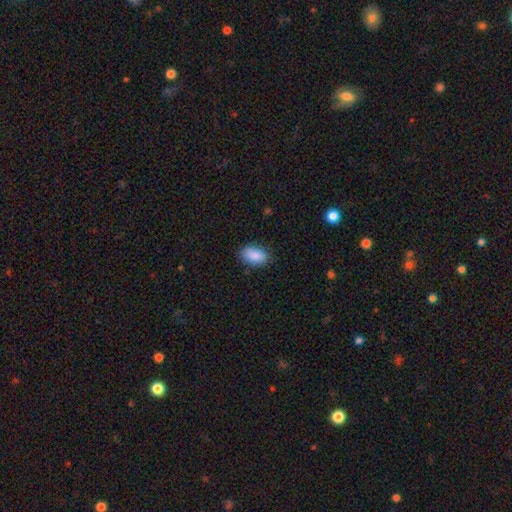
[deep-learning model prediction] smooth_or_featured: smooth (p=0.88) [alt: star or artifact p=0.07]
how_rounded: in between (p=0.92) [alt: round p=0.06]
merging: none (p=0.84) [alt: minor disturbance p=0.13]